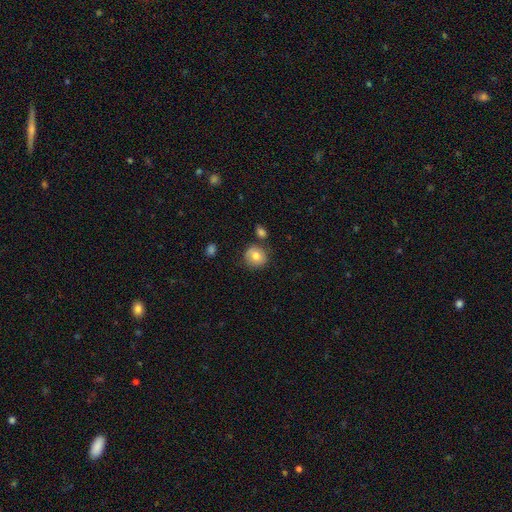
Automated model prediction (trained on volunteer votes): Overall: smooth (77%). How rounded: round (88%). Merging: none (77%).